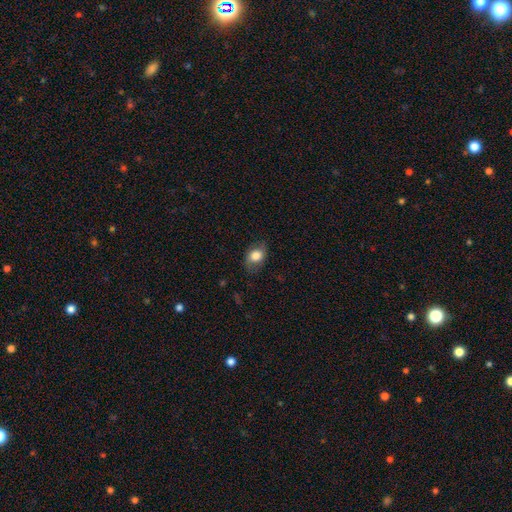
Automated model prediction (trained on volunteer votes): A smooth galaxy with no disk features (74%) that is in between round and cigar-shaped (71%).

Vote fractions:
- Smooth or featured? smooth: 74% / featured or disk: 18% / star or artifact: 8%
- How rounded? in between: 71% / round: 27% / cigar-shaped: 2%
- Merging? none: 74% / minor disturbance: 20% / major disturbance: 6% / merger: 1%